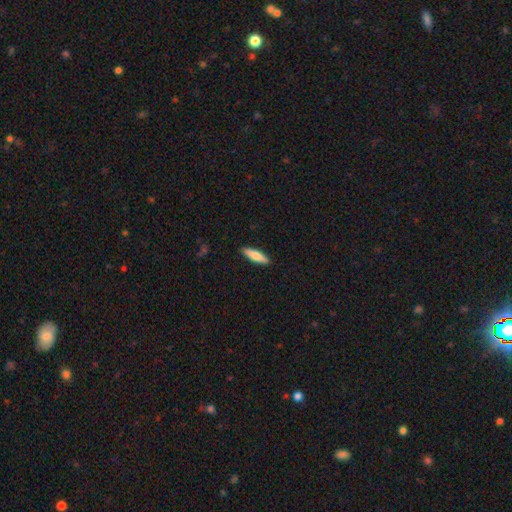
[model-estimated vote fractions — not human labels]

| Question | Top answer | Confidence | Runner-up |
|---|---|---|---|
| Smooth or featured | smooth | 76% | featured or disk (18%) |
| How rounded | cigar-shaped | 68% | in between (31%) |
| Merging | none | 91% | minor disturbance (7%) |